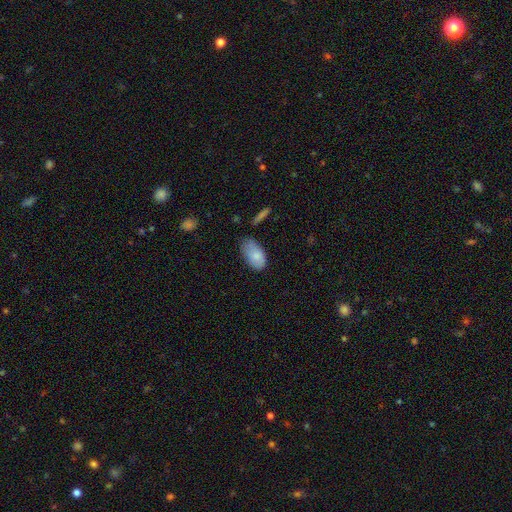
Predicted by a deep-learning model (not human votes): Overall: smooth (82%). How rounded: in between (94%). Merging: none (52%; minor disturbance 35%).